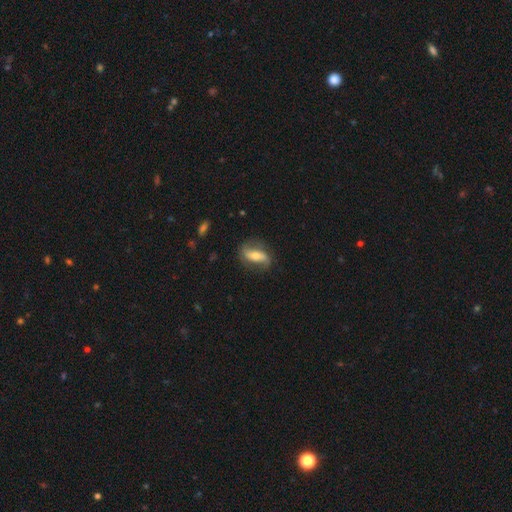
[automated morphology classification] Overall: featured or disk (66%; smooth 27%). Edge-on disk: no (87%). Bar: strong (43%; no 30%). Spiral arms: yes (84%). Bulge size: moderate (60%; small 30%). Merging: none (76%).